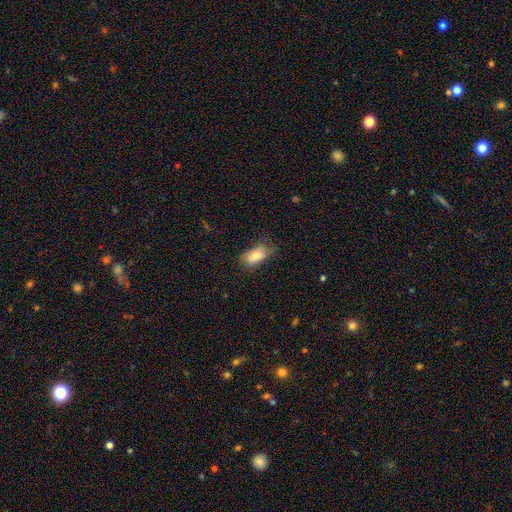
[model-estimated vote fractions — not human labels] Smooth or featured? Predicted: smooth (p=0.82). How rounded? Predicted: in between (p=0.91). Merging? Predicted: none (p=0.59).